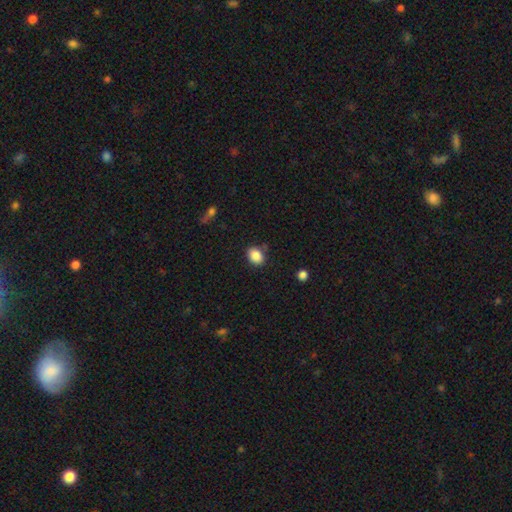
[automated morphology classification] A smooth galaxy with no disk features (87%) that is in between round and cigar-shaped (61%).

Vote fractions:
- Smooth or featured? smooth: 87% / star or artifact: 9% / featured or disk: 4%
- How rounded? in between: 61% / round: 38% / cigar-shaped: 1%
- Merging? none: 80% / minor disturbance: 13% / merger: 3% / major disturbance: 3%